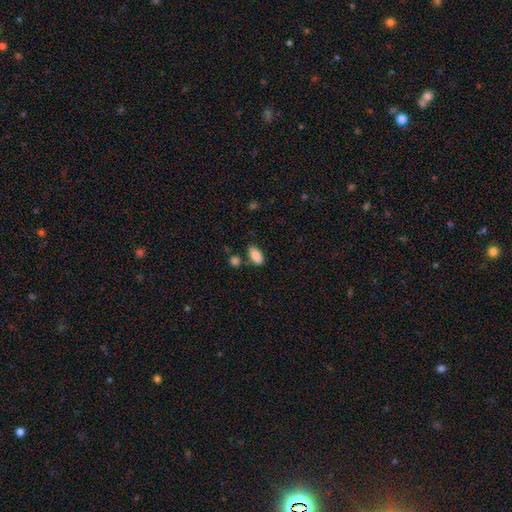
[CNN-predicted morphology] Q: Smooth or featured?
A: smooth (87%); runner-up: star or artifact (7%)
Q: How rounded?
A: in between (93%); runner-up: cigar-shaped (4%)
Q: Merging?
A: none (75%); runner-up: minor disturbance (14%)